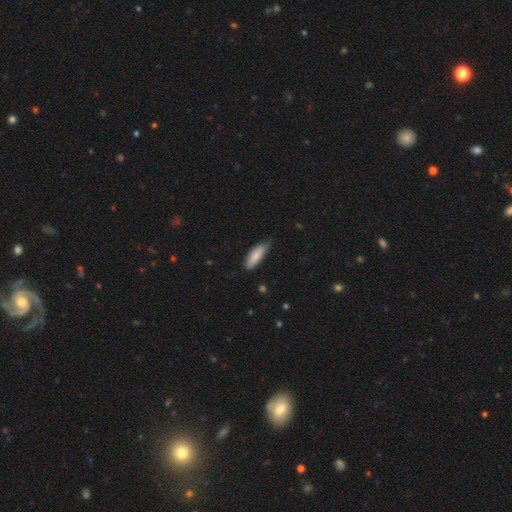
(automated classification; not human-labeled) smooth_or_featured: smooth (p=0.83) [alt: featured or disk p=0.11]
how_rounded: in between (p=0.58) [alt: cigar-shaped p=0.40]
merging: none (p=0.55) [alt: minor disturbance p=0.38]